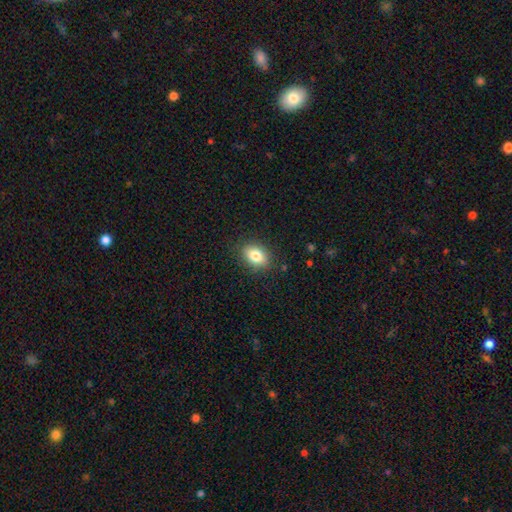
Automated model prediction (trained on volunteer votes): smooth_or_featured: smooth (p=0.82) [alt: featured or disk p=0.09]
how_rounded: in between (p=0.75) [alt: round p=0.23]
merging: none (p=0.85) [alt: minor disturbance p=0.11]